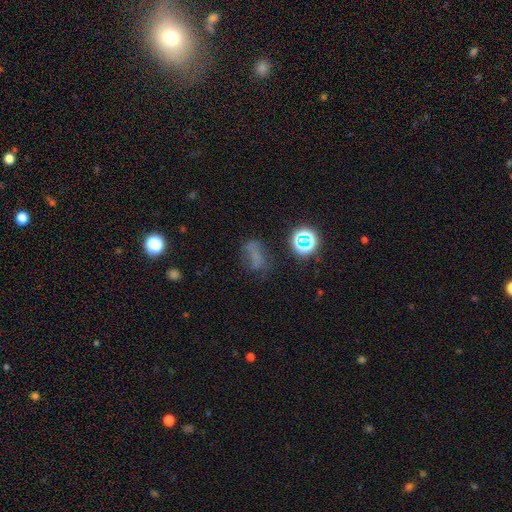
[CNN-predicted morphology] Smooth or featured: smooth — 45% (star or artifact — 33%)
Merging: none — 52% (minor disturbance — 22%)